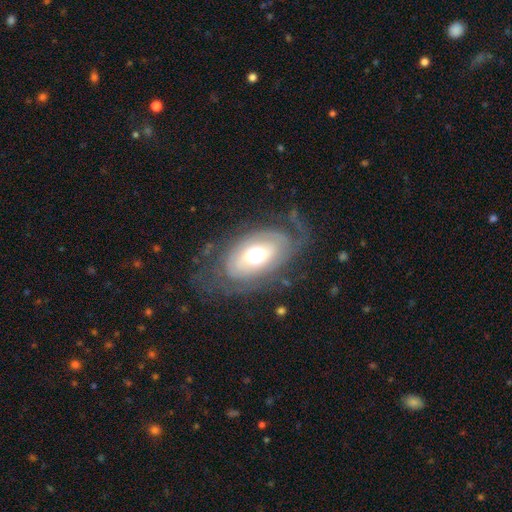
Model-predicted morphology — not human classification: Smooth or featured? Predicted: featured or disk (p=0.61). Edge-on disk? Predicted: no (p=0.91). Bar? Predicted: no (p=0.77). Spiral arms? Predicted: yes (p=0.56). Bulge size? Predicted: moderate (p=0.54). Merging? Predicted: none (p=0.61).